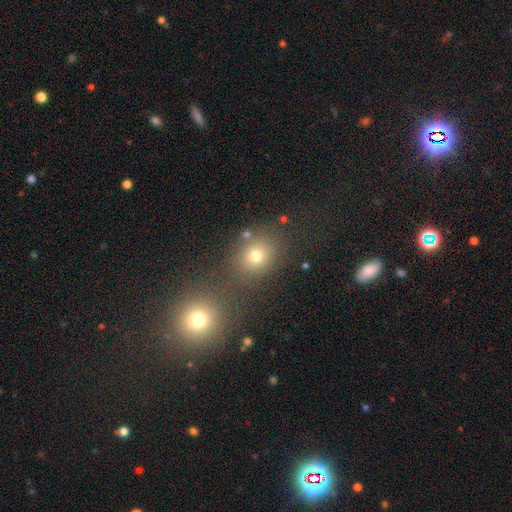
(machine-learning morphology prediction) smooth 71%, star or artifact 19%, featured or disk 10%. Down the decision tree: how rounded — round (65%); merging — none (64%).